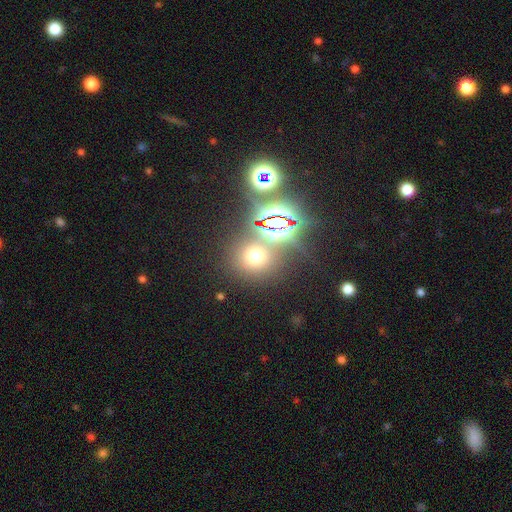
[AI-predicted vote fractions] smooth-or-featured: smooth: 52% | star or artifact: 39% | featured or disk: 9%
  how-rounded: round: 84% | in between: 15% | cigar-shaped: 1%
  merging: none: 73% | merger: 13% | minor disturbance: 9% | major disturbance: 5%